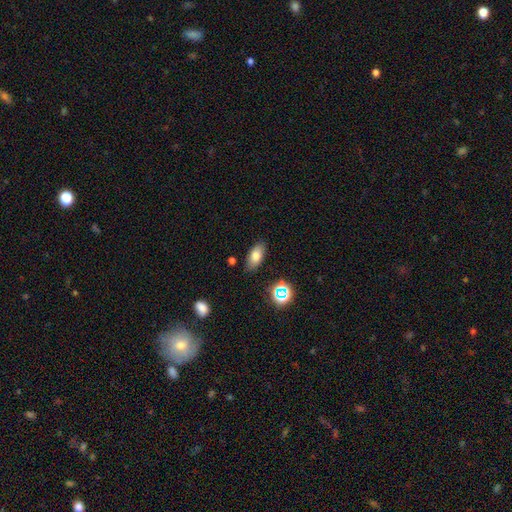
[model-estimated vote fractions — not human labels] Smooth or featured? smooth (75%)
How rounded? in between (88%)
Merging? none (83%)